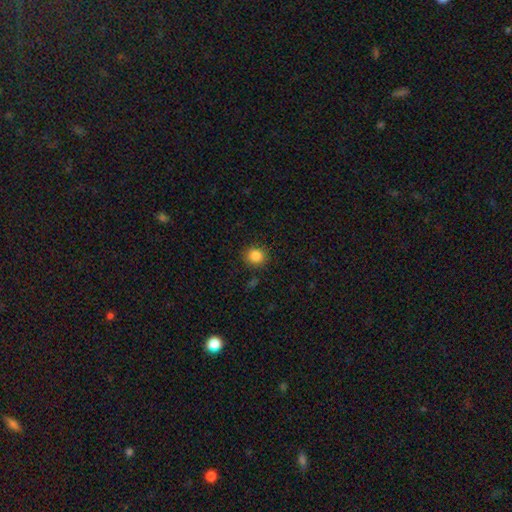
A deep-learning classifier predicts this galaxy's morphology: type=smooth (85%); roundness=round (82%); merging=none (87%).